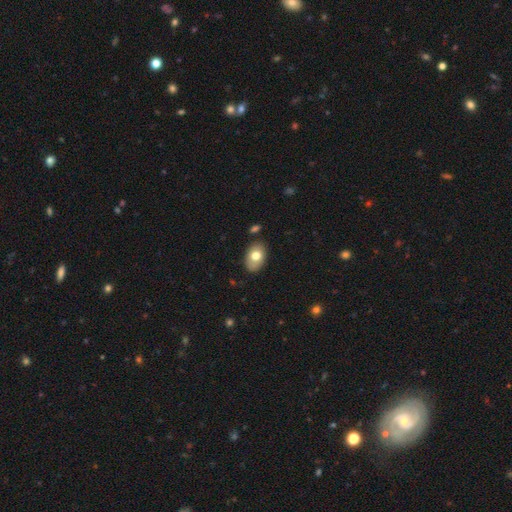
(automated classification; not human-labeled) smooth_or_featured: smooth (p=0.74) [alt: featured or disk p=0.18]
how_rounded: in between (p=0.86) [alt: round p=0.13]
merging: none (p=0.82) [alt: minor disturbance p=0.12]